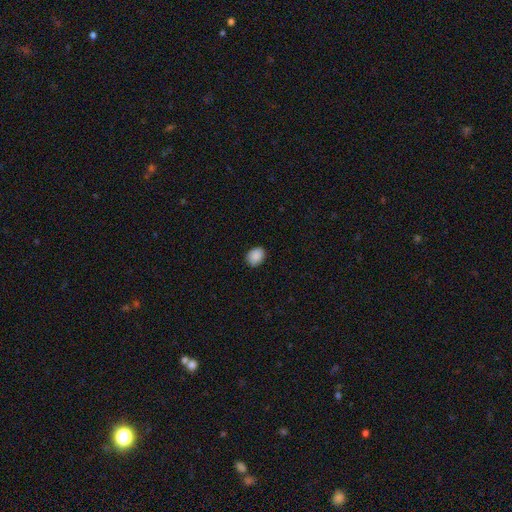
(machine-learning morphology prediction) smooth 90%, star or artifact 8%, featured or disk 3%. Down the decision tree: how rounded — in between (59%); merging — none (88%).